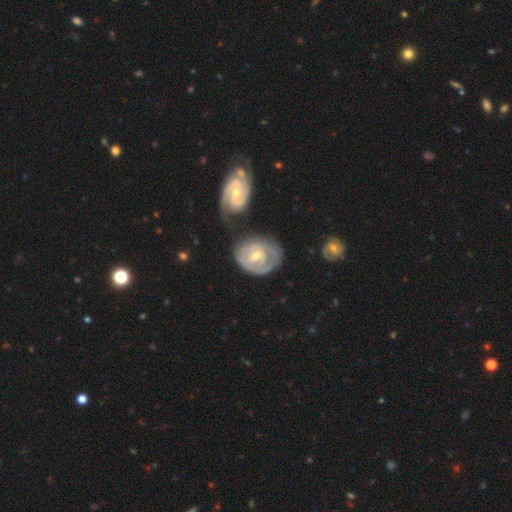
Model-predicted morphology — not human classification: featured or disk 74%, smooth 21%, star or artifact 5%. Down the decision tree: edge-on disk — no (97%); bar — weak (53%); spiral arms — yes (77%); spiral arm count — can't tell (41%); spiral winding — tight (66%); bulge size — small (50%); merging — none (40%).